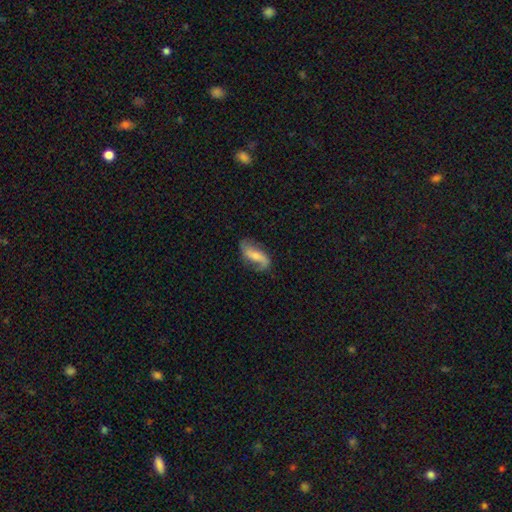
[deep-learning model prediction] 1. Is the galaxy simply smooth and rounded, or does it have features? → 68% featured or disk, 25% smooth, 7% star or artifact.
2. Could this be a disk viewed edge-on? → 94% no, 6% yes.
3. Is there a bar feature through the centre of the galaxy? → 37% no (tied), 37% weak (tied), 25% strong.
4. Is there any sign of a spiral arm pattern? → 92% yes, 8% no.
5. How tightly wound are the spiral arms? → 66% loose, 25% medium, 9% tight.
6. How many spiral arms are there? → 86% 2, 7% 1, 4% can't tell, 1% 3, 1% 4, 1% more than 4.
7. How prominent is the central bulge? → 42% small, 35% moderate, 14% none, 7% large, 2% dominant.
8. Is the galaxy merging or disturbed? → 68% none, 20% minor disturbance, 10% major disturbance, 2% merger.